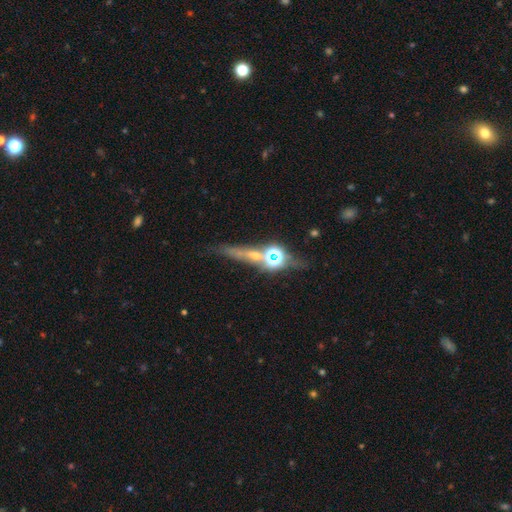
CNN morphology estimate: Smooth or featured? featured or disk (38%)
Merging? none (62%)